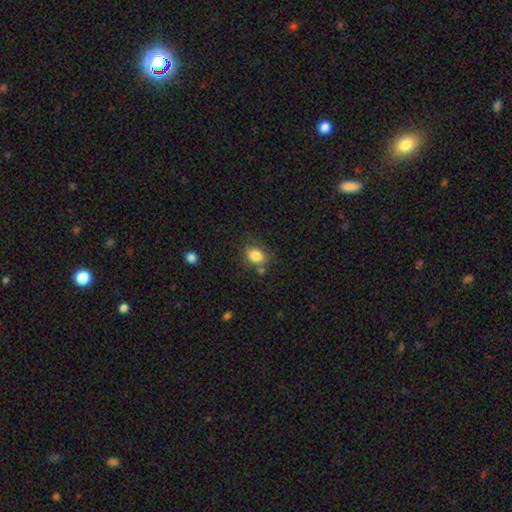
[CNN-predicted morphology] The model was most divided on "how rounded": in between: 73%, round: 26%, cigar-shaped: 1%. More confident: smooth or featured — smooth (83%); merging — none (67%).